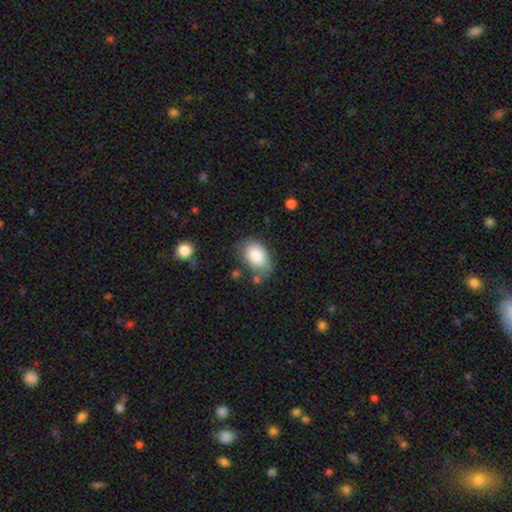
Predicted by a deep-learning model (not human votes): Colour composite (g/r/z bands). It shows a smooth galaxy with no disk features (82%) that is in between round and cigar-shaped (85%). Merging: none (59%).